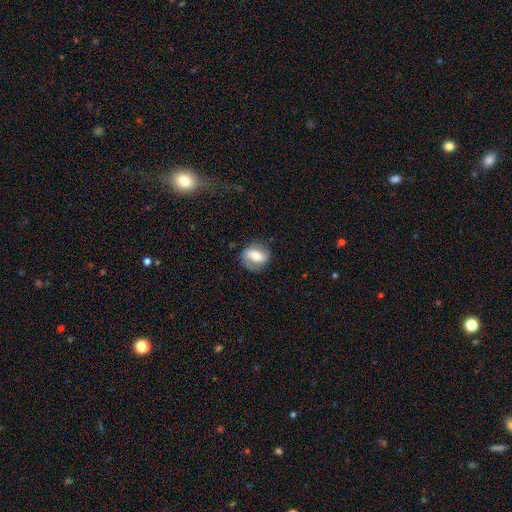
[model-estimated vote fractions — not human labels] Smooth or featured?
  - featured or disk: 49% *
  - smooth: 44%
  - star or artifact: 7%
Merging?
  - none: 73% *
  - minor disturbance: 18%
  - major disturbance: 8%
  - merger: 1%